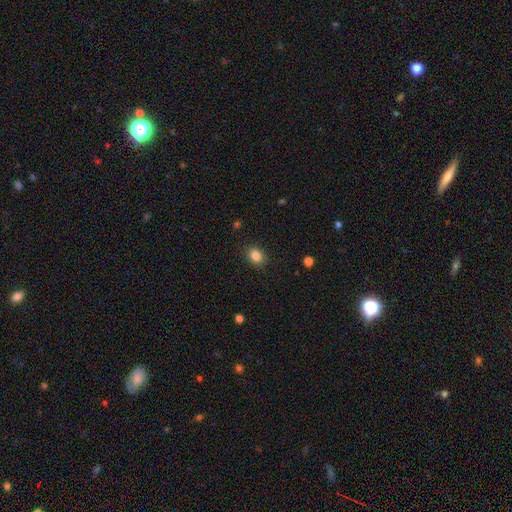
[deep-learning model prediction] A smooth galaxy with no disk features (85%) that is in between round and cigar-shaped (59%).

Vote fractions:
- Smooth or featured? smooth: 85% / star or artifact: 10% / featured or disk: 5%
- How rounded? in between: 59% / round: 40% / cigar-shaped: 1%
- Merging? none: 87% / minor disturbance: 9% / major disturbance: 2% / merger: 1%